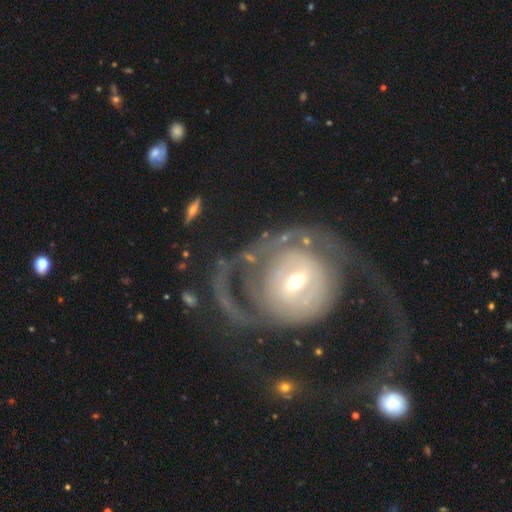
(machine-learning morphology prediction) Smooth or featured? featured or disk (83%)
Edge-on disk? no (97%)
Bar? no (45%)
Spiral arms? yes (83%)
Spiral winding? tight (42%)
Spiral arm count? 2 (46%)
Bulge size? small (45%)
Merging? major disturbance (43%)